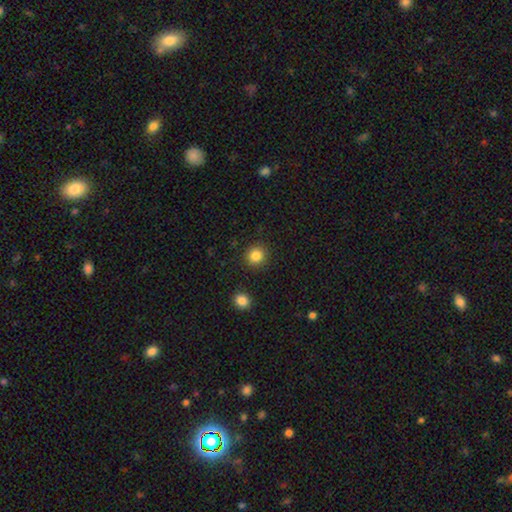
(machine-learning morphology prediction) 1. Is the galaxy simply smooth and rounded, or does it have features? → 85% smooth, 11% star or artifact, 5% featured or disk.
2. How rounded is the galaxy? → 90% round, 9% in between, 1% cigar-shaped.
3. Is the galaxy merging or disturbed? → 90% none, 6% minor disturbance, 2% major disturbance, 2% merger.